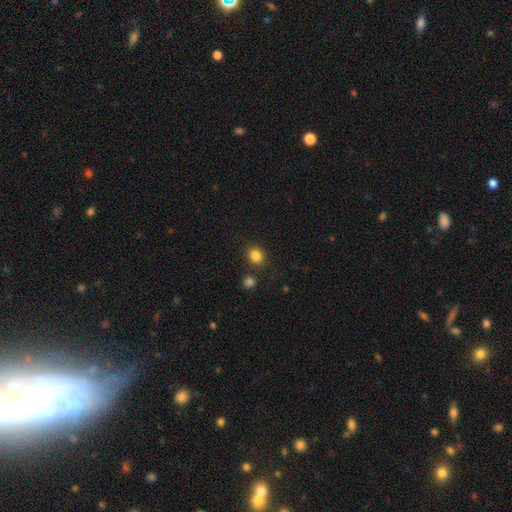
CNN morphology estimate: Smooth or featured? smooth (84%)
How rounded? round (71%)
Merging? none (82%)